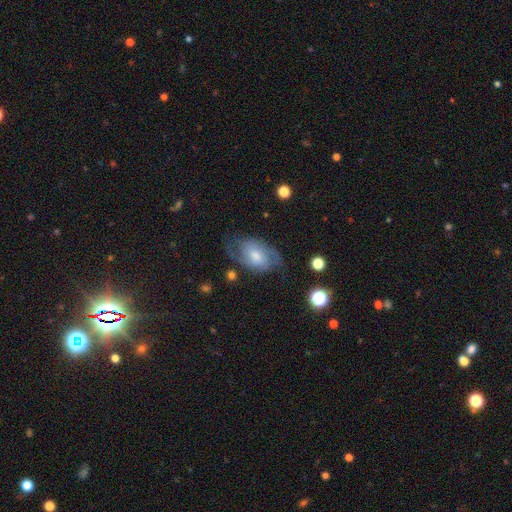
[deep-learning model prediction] A featured or disk galaxy (73%) with a weak bar (46%), 2 (76%) medium (48%) spiral arms (92%) and a moderate central bulge (49%).

Vote fractions:
- Smooth or featured? featured or disk: 73% / smooth: 20% / star or artifact: 7%
- Edge-on disk? no: 96% / yes: 4%
- Bar? weak: 46% / no: 45% / strong: 9%
- Spiral arms? yes: 92% / no: 8%
- Spiral winding? medium: 48% / tight: 33% / loose: 18%
- Spiral arm count? 2: 76% / can't tell: 13% / 3: 4% / 1: 3% / 4: 2% / more than 4: 2%
- Bulge size? moderate: 49% / small: 31% / large: 12% / none: 6% / dominant: 2%
- Merging? none: 66% / minor disturbance: 20% / major disturbance: 12% / merger: 2%